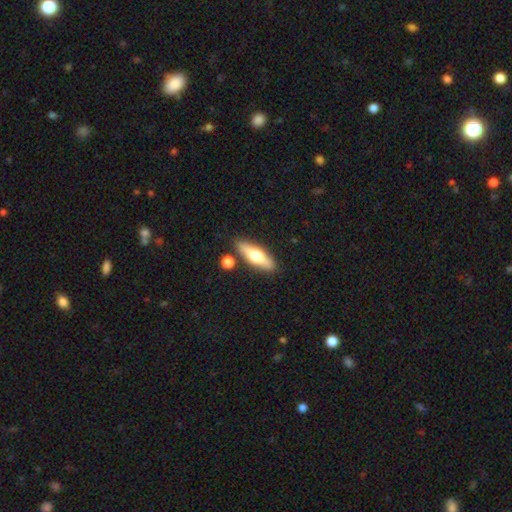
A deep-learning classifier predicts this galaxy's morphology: Smooth or featured? Predicted: smooth (p=0.48). Merging? Predicted: none (p=0.83).